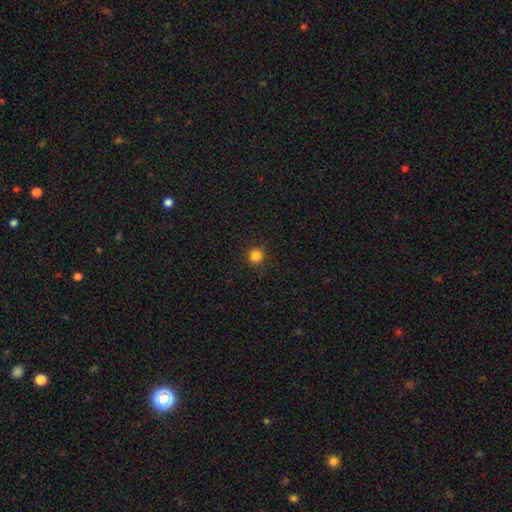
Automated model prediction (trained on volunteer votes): This appears to be a smooth galaxy with no disk features (84%) that is round (95%). Merging: none (91%).